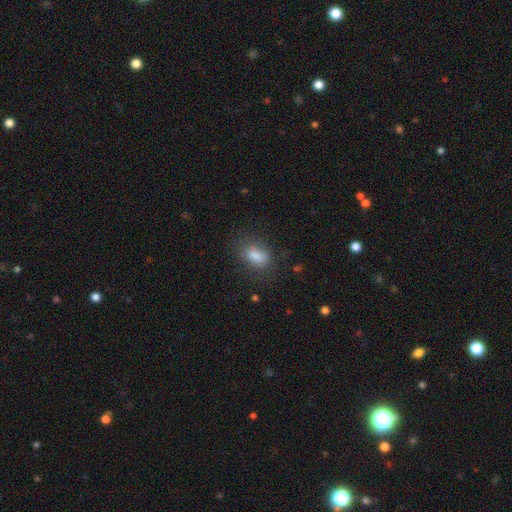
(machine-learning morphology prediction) Overall: smooth (79%). How rounded: in between (83%). Merging: none (69%).